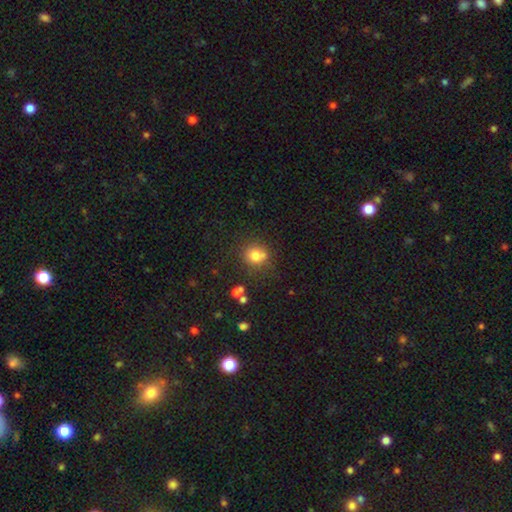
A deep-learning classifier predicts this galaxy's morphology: A smooth galaxy with no disk features (76%) that is round (84%). Merging: none (67%).